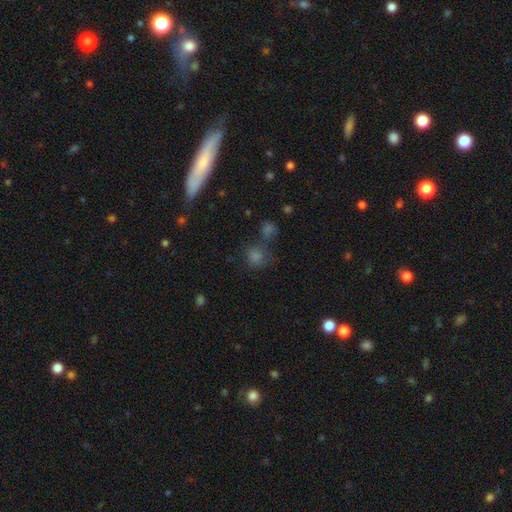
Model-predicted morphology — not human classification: A smooth galaxy with no disk features (61%) that is round (70%). Merging: none (71%).